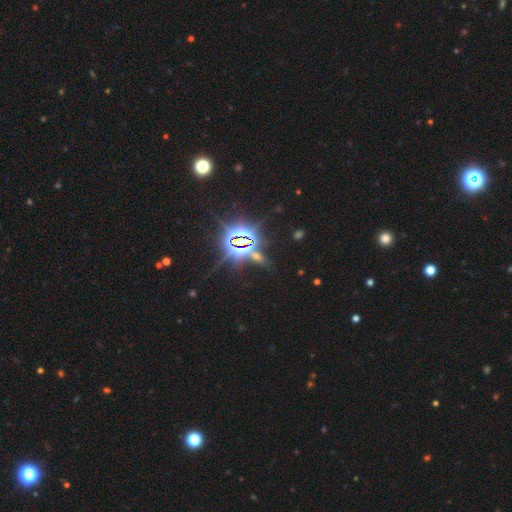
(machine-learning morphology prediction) Smooth or featured: star or artifact — 79% (smooth — 13%)